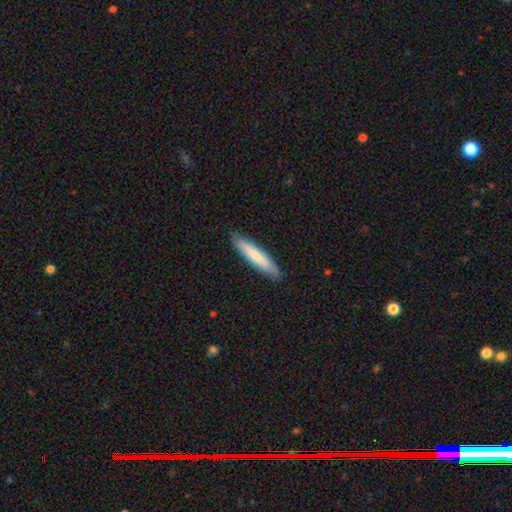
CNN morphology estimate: Overall: smooth (76%). How rounded: cigar-shaped (90%). Merging: none (88%).